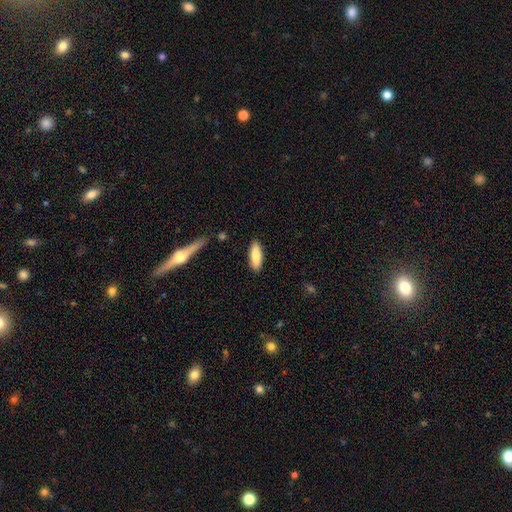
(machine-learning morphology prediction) A smooth galaxy with no disk features (83%) that is in between round and cigar-shaped (60%).

Vote fractions:
- Smooth or featured? smooth: 83% / featured or disk: 11% / star or artifact: 6%
- How rounded? in between: 60% / cigar-shaped: 38% / round: 2%
- Merging? none: 87% / minor disturbance: 9% / major disturbance: 2% / merger: 2%